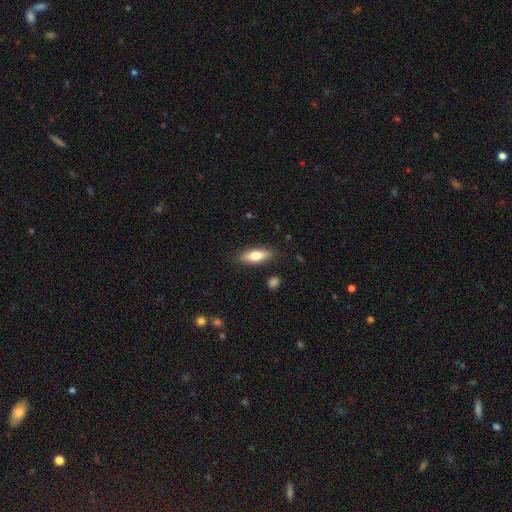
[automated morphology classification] This appears to be a smooth galaxy with no disk features (76%) that is in between round and cigar-shaped (69%). Merging: none (84%).